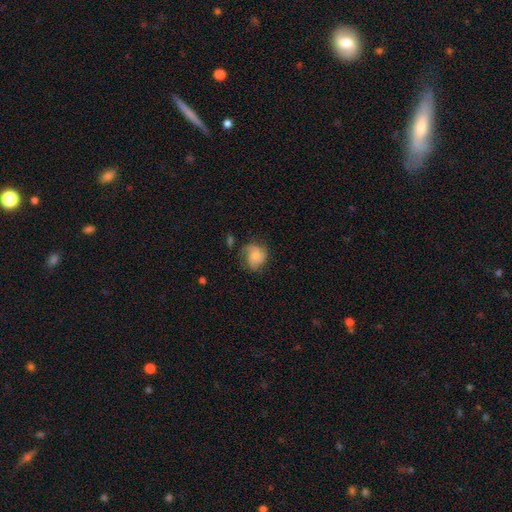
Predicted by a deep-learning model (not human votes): Q: Smooth or featured?
A: smooth (54%); runner-up: featured or disk (37%)
Q: How rounded?
A: round (66%); runner-up: in between (33%)
Q: Merging?
A: none (51%); runner-up: minor disturbance (28%)